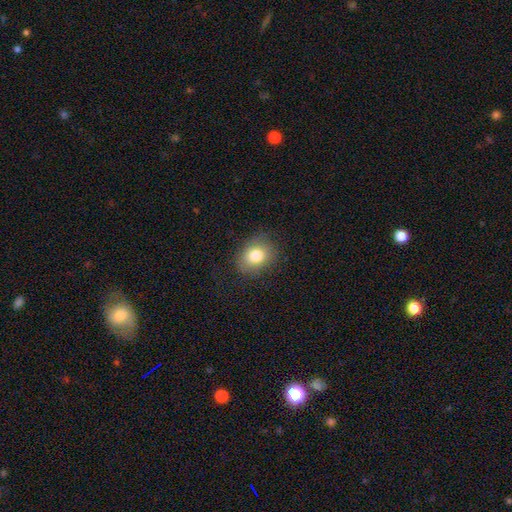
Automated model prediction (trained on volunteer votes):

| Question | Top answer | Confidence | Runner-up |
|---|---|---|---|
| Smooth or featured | smooth | 80% | featured or disk (10%) |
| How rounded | in between | 53% | round (46%) |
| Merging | none | 80% | minor disturbance (14%) |